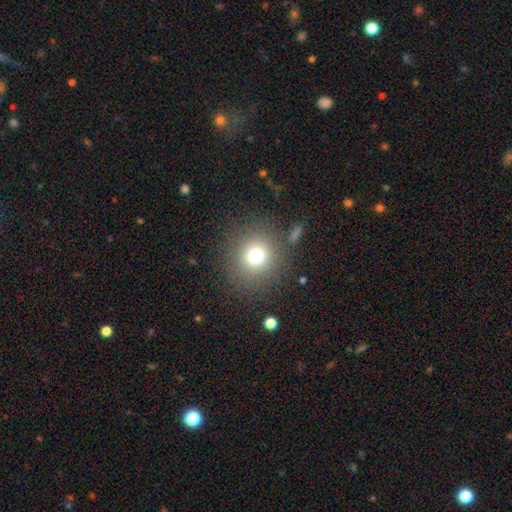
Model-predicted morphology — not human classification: smooth 74%, star or artifact 16%, featured or disk 9%. Down the decision tree: how rounded — round (91%); merging — none (85%).